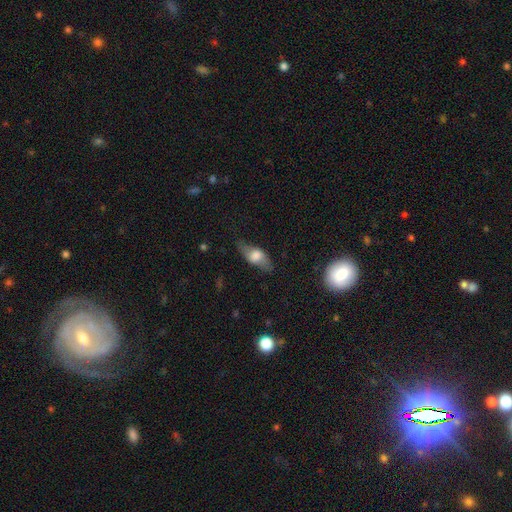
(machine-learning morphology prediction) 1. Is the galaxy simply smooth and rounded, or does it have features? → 59% smooth, 34% featured or disk, 7% star or artifact.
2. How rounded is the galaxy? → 78% in between, 17% cigar-shaped, 6% round.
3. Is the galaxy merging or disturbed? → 69% none, 22% minor disturbance, 7% major disturbance, 1% merger.